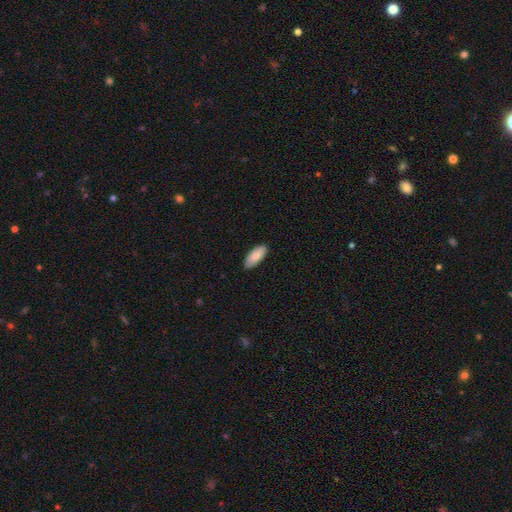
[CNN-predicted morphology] This is clearly a smooth galaxy (85%). How rounded: clearly in between (86%). Merging: clearly none (88%).